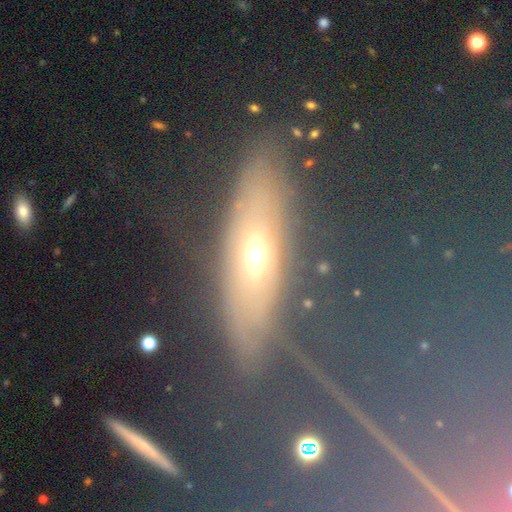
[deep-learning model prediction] Smooth or featured: featured or disk — 37% (smooth — 34%)
Merging: none — 75% (minor disturbance — 13%)